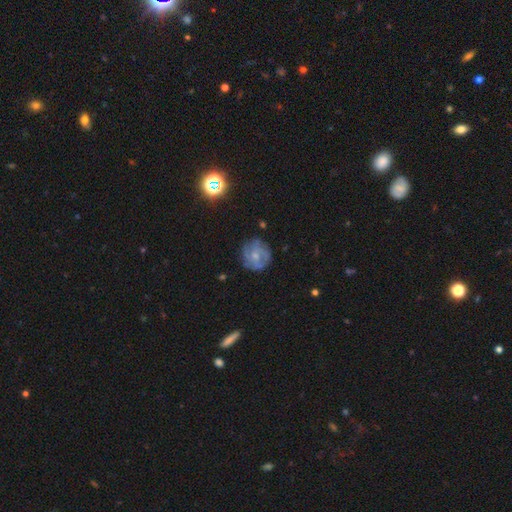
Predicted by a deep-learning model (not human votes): Morphology: type=featured or disk (62%); edge-on=no (98%); bar=no (74%); spiral arms=yes (69%); bulge=small (52%); merging=none (71%).